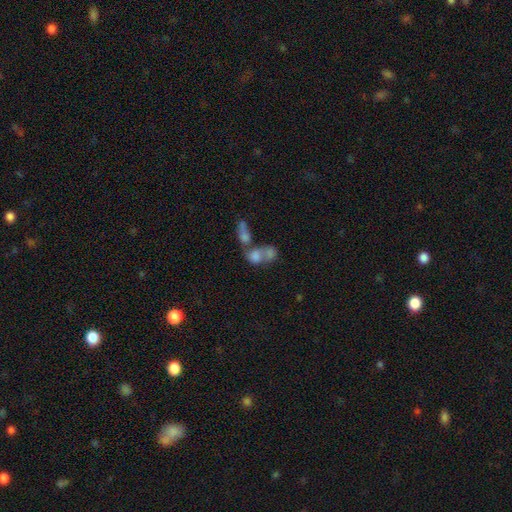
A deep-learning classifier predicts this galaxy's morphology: A smooth galaxy with no disk features (68%) that is in between round and cigar-shaped (60%). Merging: merger (73%).